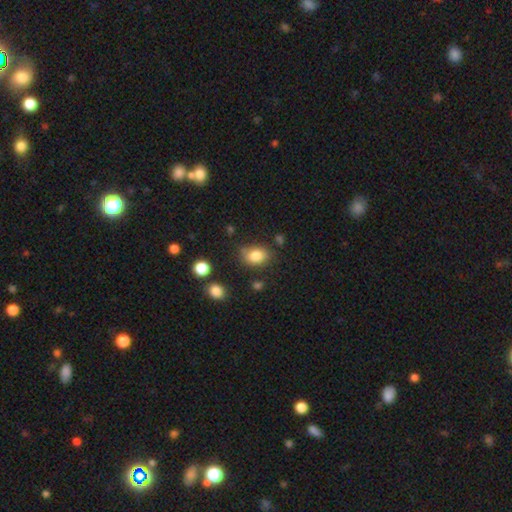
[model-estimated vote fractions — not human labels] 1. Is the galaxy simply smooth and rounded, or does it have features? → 83% smooth, 10% star or artifact, 7% featured or disk.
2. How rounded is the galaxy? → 70% in between, 28% round, 1% cigar-shaped.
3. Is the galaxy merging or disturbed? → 72% none, 18% minor disturbance, 5% major disturbance, 5% merger.